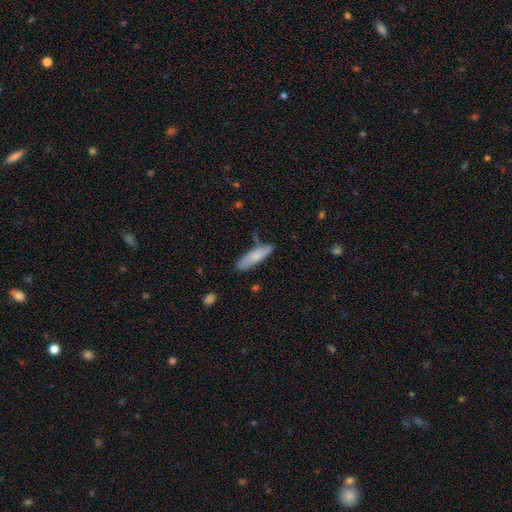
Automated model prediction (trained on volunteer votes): smooth-or-featured: smooth: 76% | featured or disk: 18% | star or artifact: 6%
  how-rounded: cigar-shaped: 65% | in between: 33% | round: 2%
  merging: none: 76% | minor disturbance: 17% | merger: 4% | major disturbance: 3%